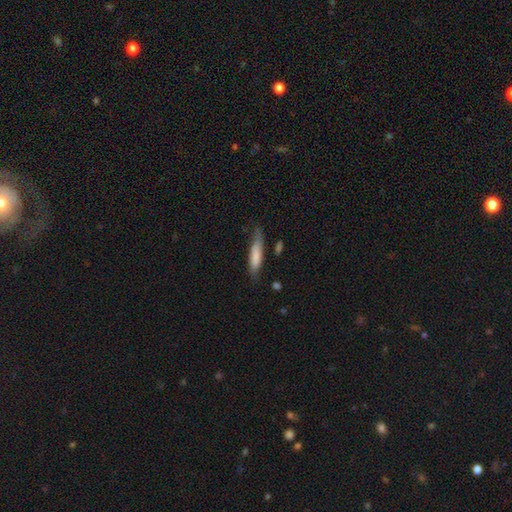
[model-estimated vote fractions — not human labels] Smooth or featured: smooth — 76% (featured or disk — 18%)
How rounded: cigar-shaped — 76% (in between — 23%)
Merging: none — 60% (minor disturbance — 28%)